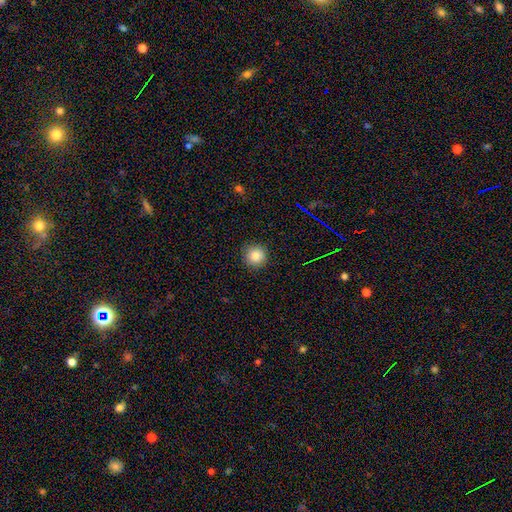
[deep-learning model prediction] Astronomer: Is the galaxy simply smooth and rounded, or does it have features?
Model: smooth — 85%.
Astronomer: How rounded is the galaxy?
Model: round — 95%.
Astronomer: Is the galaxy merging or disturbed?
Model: none — 90%.